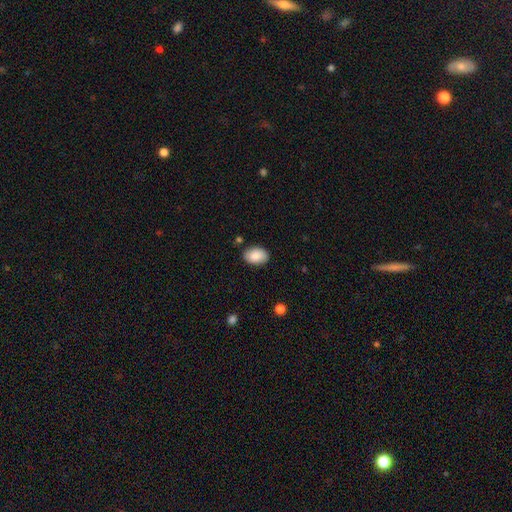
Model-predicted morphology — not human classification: Smooth or featured? Predicted: smooth (p=0.87). How rounded? Predicted: in between (p=0.86). Merging? Predicted: none (p=0.84).